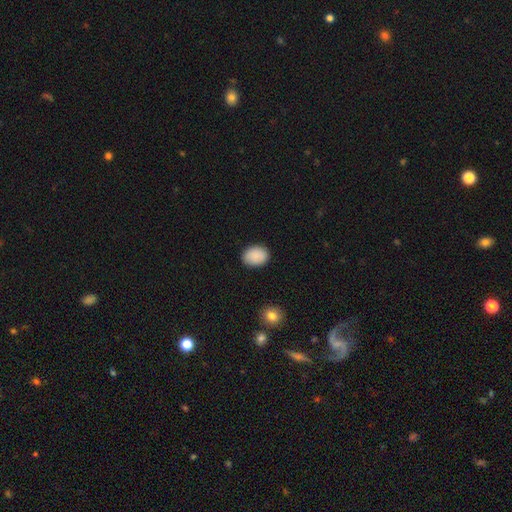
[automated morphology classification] A smooth galaxy with no disk features (90%) that is in between round and cigar-shaped (65%). Merging: none (86%).